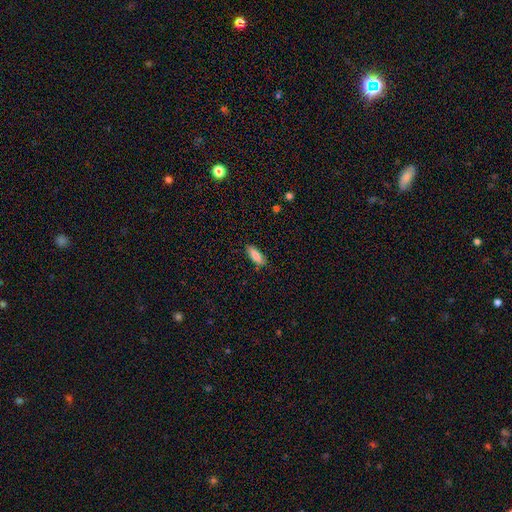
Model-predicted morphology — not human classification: Overall: smooth (86%). How rounded: in between (66%; cigar-shaped 32%). Merging: none (84%).